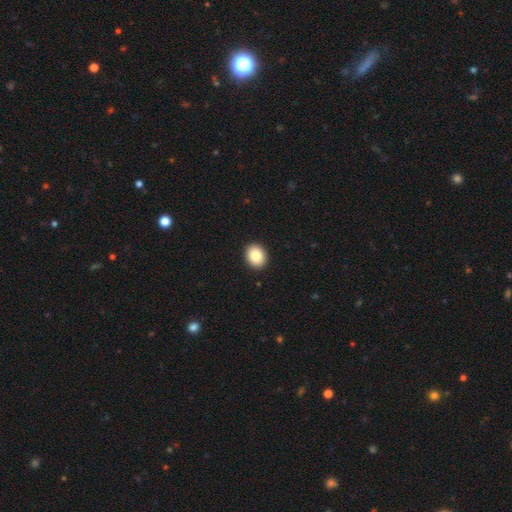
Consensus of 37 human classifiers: smooth 86%, featured or disk 8%, star or artifact 5%. Down the decision tree: how rounded — round (56%); merging — none (91%).